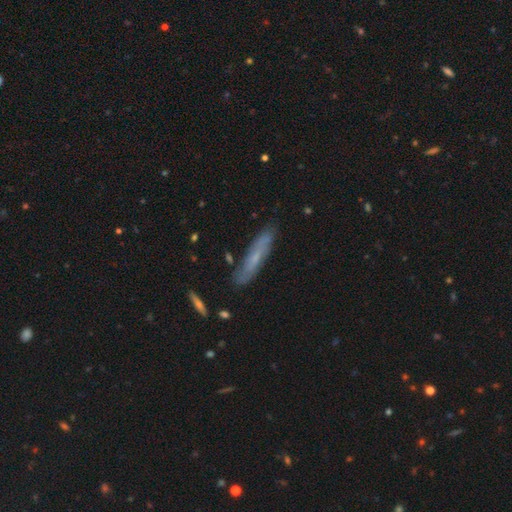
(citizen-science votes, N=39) Overall: smooth (59%; featured or disk 38%). How rounded: cigar-shaped (87%). Merging: none (68%).